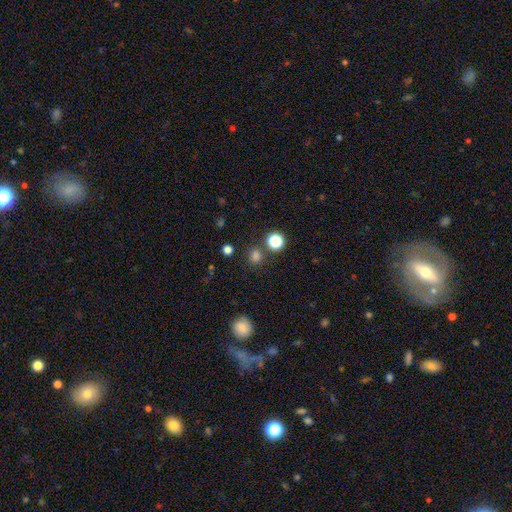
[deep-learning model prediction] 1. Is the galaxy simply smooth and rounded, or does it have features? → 75% smooth, 21% star or artifact, 5% featured or disk.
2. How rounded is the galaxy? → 80% round, 19% in between, 1% cigar-shaped.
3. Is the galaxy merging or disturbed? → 77% none, 10% merger, 9% minor disturbance, 4% major disturbance.